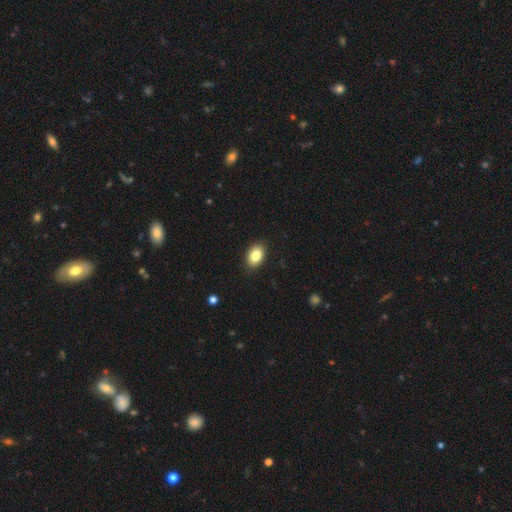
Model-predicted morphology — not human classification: The model was most divided on "how rounded": in between: 86%, round: 12%, cigar-shaped: 1%. More confident: merging — none (88%); smooth or featured — smooth (84%).